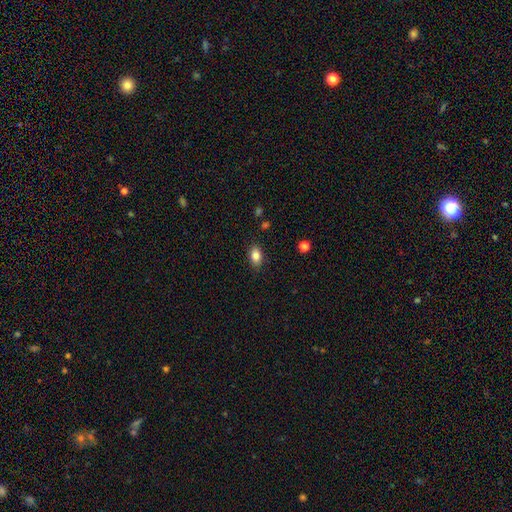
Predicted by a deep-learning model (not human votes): smooth-or-featured: smooth: 84% | star or artifact: 9% | featured or disk: 7%
  how-rounded: in between: 85% | round: 13% | cigar-shaped: 2%
  merging: none: 86% | minor disturbance: 10% | major disturbance: 2% | merger: 1%